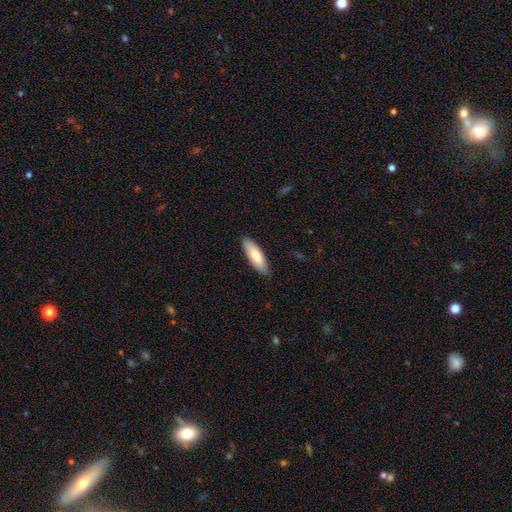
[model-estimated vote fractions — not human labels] A smooth galaxy with no disk features (81%) that is in between round and cigar-shaped (56%). Merging: none (88%).